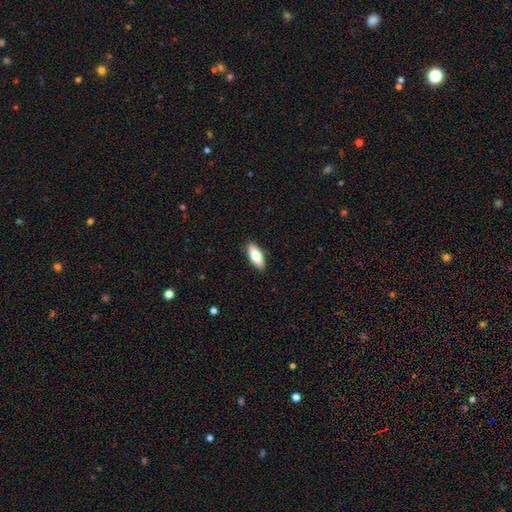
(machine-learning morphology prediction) Smooth or featured?
  - smooth: 72% *
  - featured or disk: 22%
  - star or artifact: 6%
How rounded?
  - in between: 78% *
  - cigar-shaped: 20%
  - round: 3%
Merging?
  - none: 89% *
  - minor disturbance: 8%
  - major disturbance: 2%
  - merger: 1%